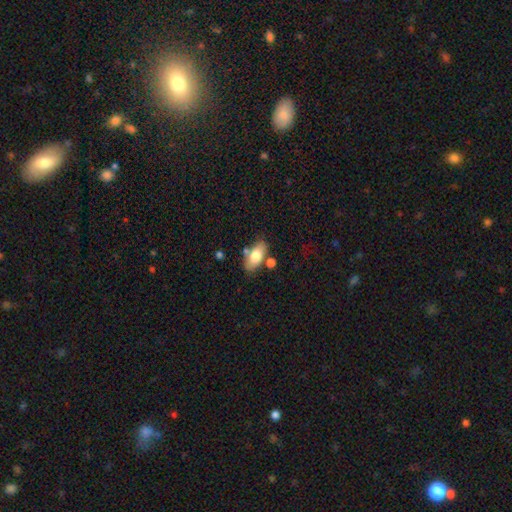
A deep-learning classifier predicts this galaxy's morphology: smooth_or_featured: smooth (p=0.73) [alt: featured or disk p=0.20]
how_rounded: in between (p=0.89) [alt: cigar-shaped p=0.06]
merging: none (p=0.69) [alt: minor disturbance p=0.15]